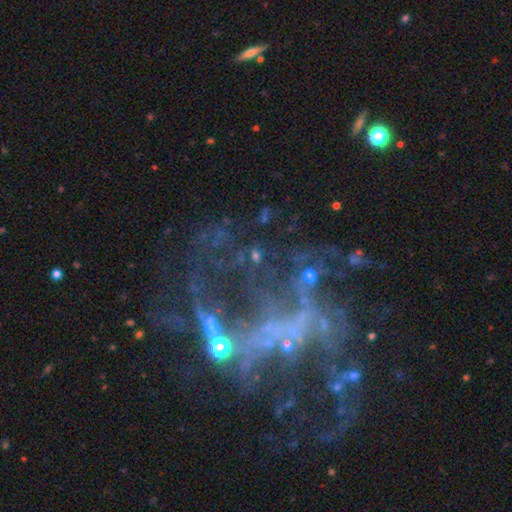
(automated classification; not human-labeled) A featured or disk galaxy (44%).

Vote fractions:
- Smooth or featured? featured or disk: 44% / star or artifact: 40% / smooth: 16%
- Merging? none: 56% / major disturbance: 19% / minor disturbance: 16% / merger: 9%